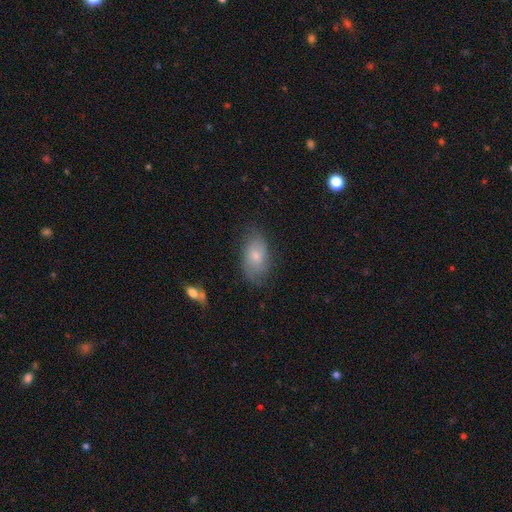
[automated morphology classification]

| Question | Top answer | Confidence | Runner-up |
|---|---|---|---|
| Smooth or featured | smooth | 59% | featured or disk (33%) |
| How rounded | in between | 91% | round (7%) |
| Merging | none | 71% | minor disturbance (22%) |